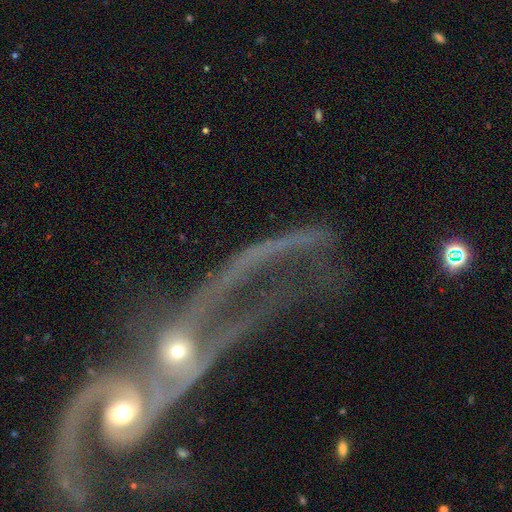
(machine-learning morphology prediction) This is likely a featured or disk galaxy (76%). It is clearly not viewed edge-on (92%). Bar: likely no (67%). Spiral arm pattern: likely yes (77%). Spiral arm count: possibly 2 (53%). Spiral winding: possibly loose (58%). Central bulge: possibly moderate (46%). Merging: likely merger (66%).